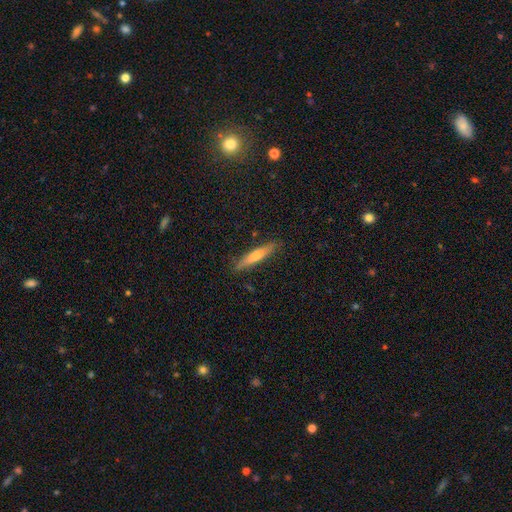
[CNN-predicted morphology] Smooth or featured?
  - smooth: 65% *
  - featured or disk: 30%
  - star or artifact: 6%
How rounded?
  - cigar-shaped: 90% *
  - in between: 9%
  - round: 1%
Merging?
  - none: 87% *
  - minor disturbance: 10%
  - major disturbance: 2%
  - merger: 1%